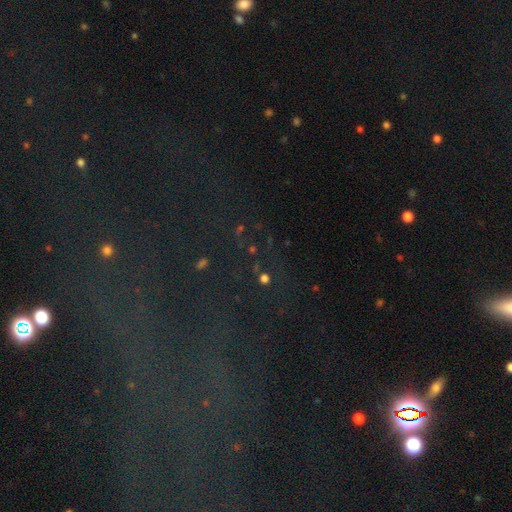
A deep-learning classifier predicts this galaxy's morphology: Smooth or featured? Predicted: star or artifact (p=0.72).